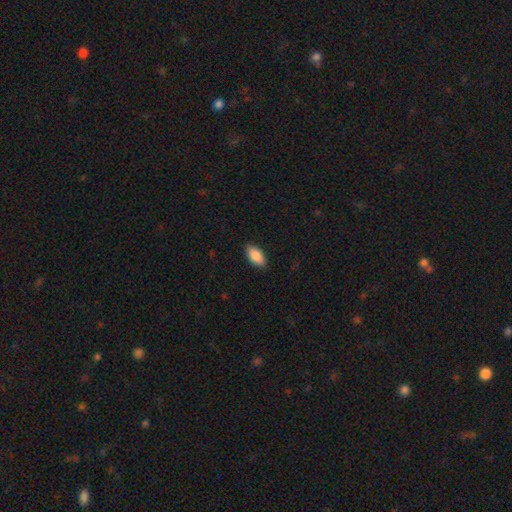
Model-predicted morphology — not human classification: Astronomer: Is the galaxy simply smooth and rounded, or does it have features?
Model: smooth — 87%.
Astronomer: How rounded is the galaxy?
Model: in between — 92%.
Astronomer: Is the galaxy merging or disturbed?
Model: none — 87%.